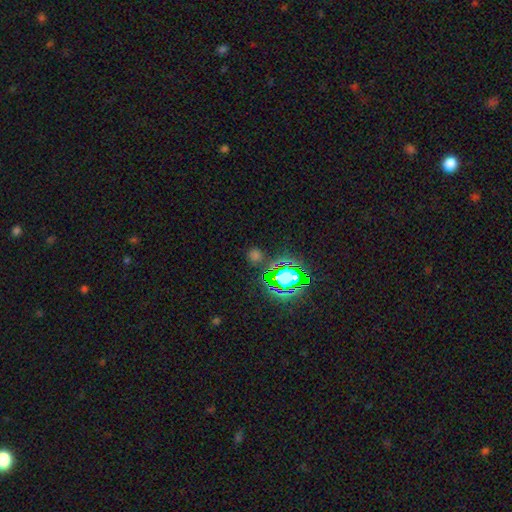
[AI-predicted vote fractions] A star or artifact, not a galaxy (51%).